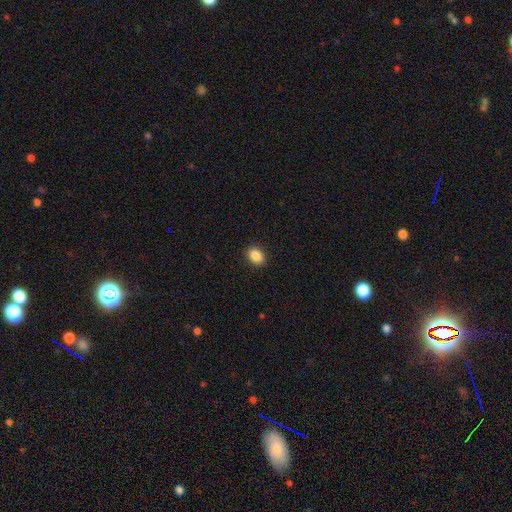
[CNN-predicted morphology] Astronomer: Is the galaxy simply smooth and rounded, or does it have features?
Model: smooth — 88%.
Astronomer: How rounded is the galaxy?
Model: in between — 77%.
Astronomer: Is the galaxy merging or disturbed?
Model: none — 90%.